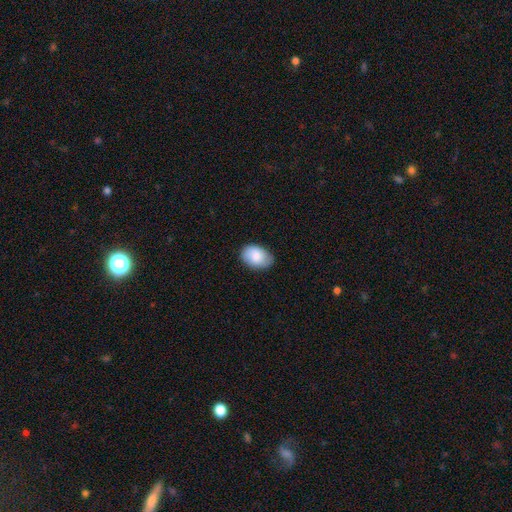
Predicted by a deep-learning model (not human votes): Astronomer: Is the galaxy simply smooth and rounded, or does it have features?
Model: smooth — 83%.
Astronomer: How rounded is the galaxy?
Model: in between — 86%.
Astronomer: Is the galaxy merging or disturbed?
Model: none — 77%.